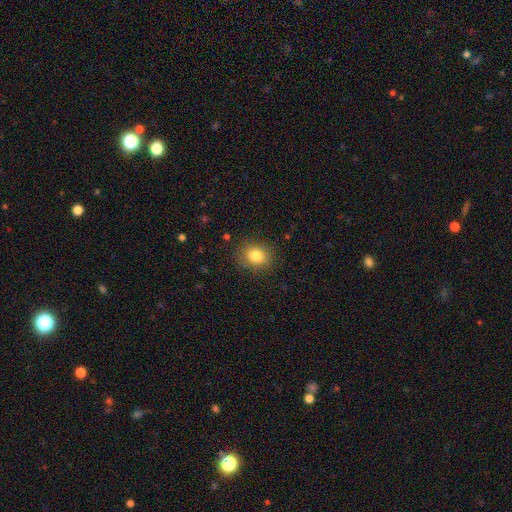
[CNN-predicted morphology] A smooth galaxy with no disk features (81%) that is round (61%). Merging: none (85%).